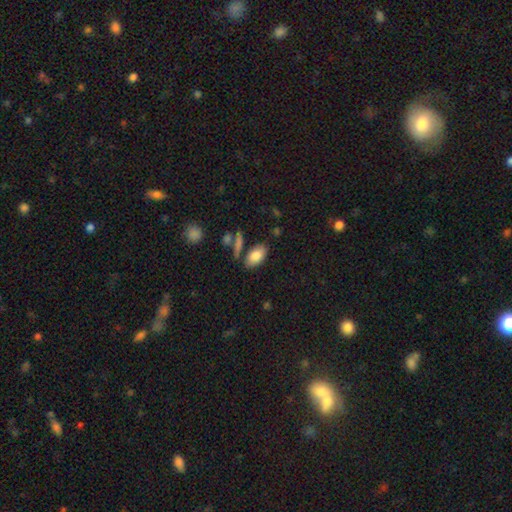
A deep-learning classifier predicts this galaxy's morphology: A smooth galaxy with no disk features (82%) that is in between round and cigar-shaped (92%).

Vote fractions:
- Smooth or featured? smooth: 82% / featured or disk: 11% / star or artifact: 7%
- How rounded? in between: 92% / cigar-shaped: 4% / round: 4%
- Merging? none: 76% / minor disturbance: 13% / merger: 8% / major disturbance: 4%